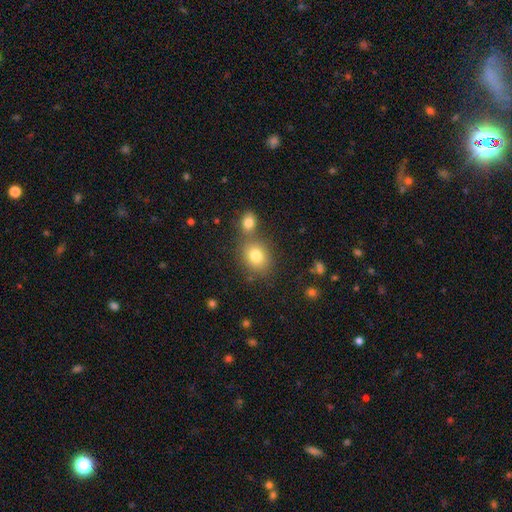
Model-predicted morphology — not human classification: Overall: smooth (79%). How rounded: round (57%; in between 42%). Merging: none (58%; merger 29%).